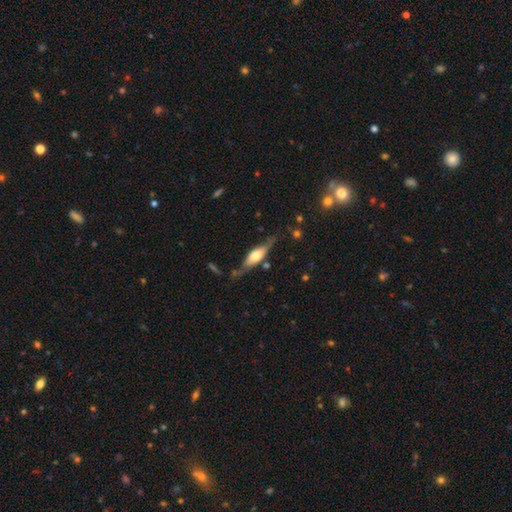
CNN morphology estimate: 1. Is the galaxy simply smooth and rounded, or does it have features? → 56% featured or disk, 38% smooth, 6% star or artifact.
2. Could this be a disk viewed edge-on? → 84% yes, 16% no.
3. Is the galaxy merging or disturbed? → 67% none, 21% minor disturbance, 7% major disturbance, 5% merger.